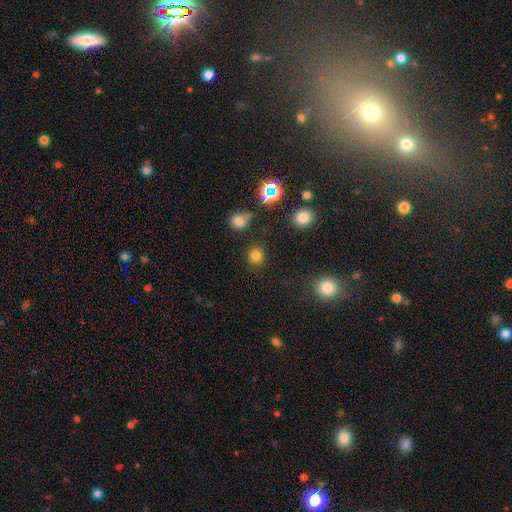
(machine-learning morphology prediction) The model was most divided on "smooth or featured": smooth: 78%, star or artifact: 18%, featured or disk: 5%. More confident: how rounded — round (88%); merging — none (87%).